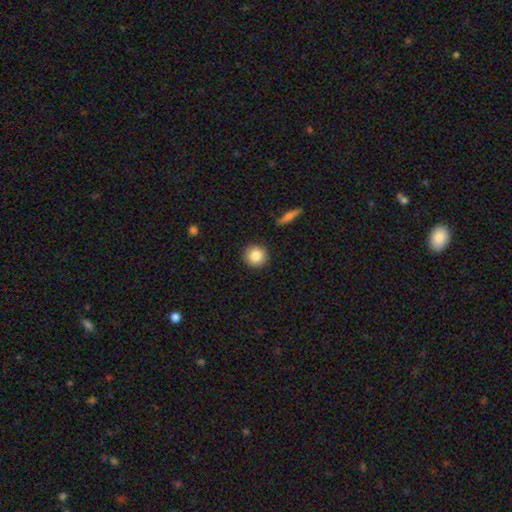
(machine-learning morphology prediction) A smooth galaxy with no disk features (85%) that is round (93%).

Vote fractions:
- Smooth or featured? smooth: 85% / star or artifact: 8% / featured or disk: 7%
- How rounded? round: 93% / in between: 6% / cigar-shaped: 1%
- Merging? none: 91% / minor disturbance: 5% / major disturbance: 2% / merger: 1%